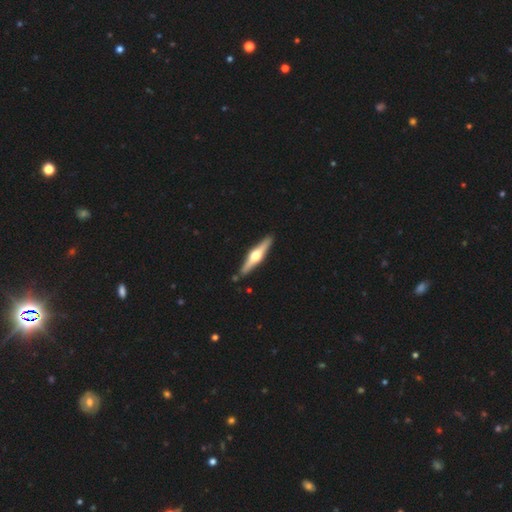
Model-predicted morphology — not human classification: smooth-or-featured: featured or disk: 74% | smooth: 22% | star or artifact: 4%
  disk-edge-on: yes: 97% | no: 3%
    edge-on-bulge: rounded: 96% | boxy: 2% | none: 2%
  merging: none: 90% | minor disturbance: 7% | merger: 2% | major disturbance: 1%